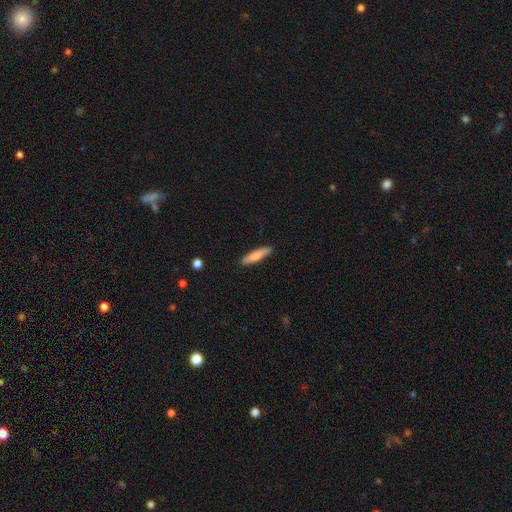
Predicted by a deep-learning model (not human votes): This is likely a smooth galaxy (75%). How rounded: clearly cigar-shaped (85%). Merging: clearly none (89%).